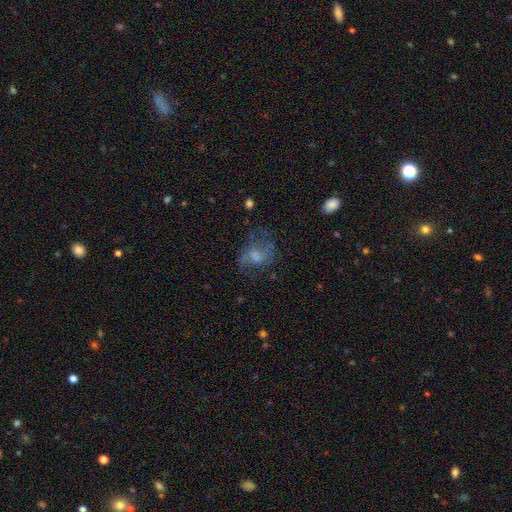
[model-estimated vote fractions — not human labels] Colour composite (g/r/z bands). It shows a featured or disk galaxy (46%). Merging: none (44%).